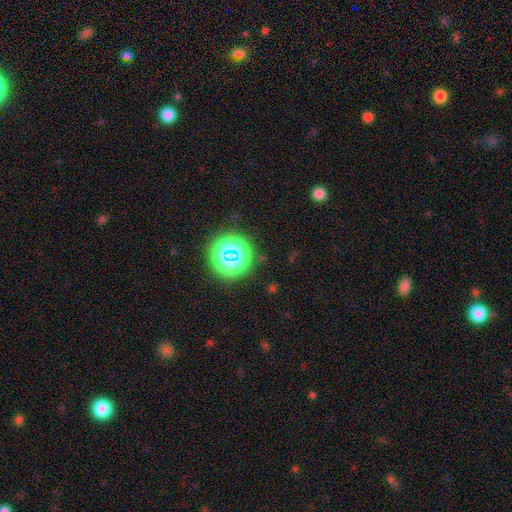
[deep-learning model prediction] This appears to be a star or artifact, not a galaxy (78%).